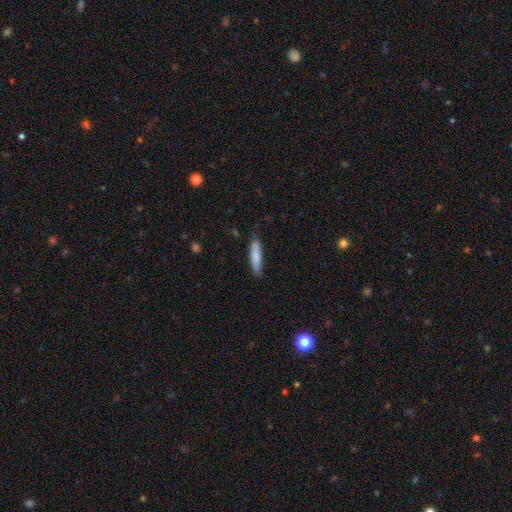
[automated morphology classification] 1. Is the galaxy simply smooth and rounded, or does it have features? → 80% smooth, 15% featured or disk, 6% star or artifact.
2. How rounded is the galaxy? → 84% cigar-shaped, 14% in between, 1% round.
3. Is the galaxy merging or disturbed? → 79% none, 17% minor disturbance, 3% major disturbance, 1% merger.